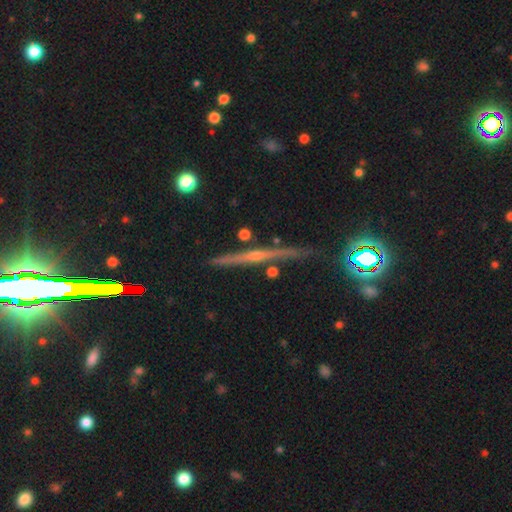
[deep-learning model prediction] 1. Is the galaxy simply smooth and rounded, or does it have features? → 68% featured or disk, 17% star or artifact, 15% smooth.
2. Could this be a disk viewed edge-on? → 96% yes, 4% no.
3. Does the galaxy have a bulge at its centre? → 61% rounded, 30% none, 9% boxy.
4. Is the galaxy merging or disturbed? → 85% none, 9% minor disturbance, 3% merger, 3% major disturbance.